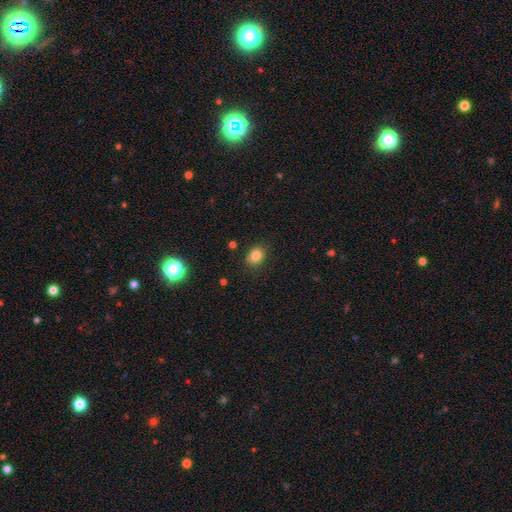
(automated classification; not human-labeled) Smooth or featured? smooth (82%)
How rounded? in between (51%)
Merging? none (83%)